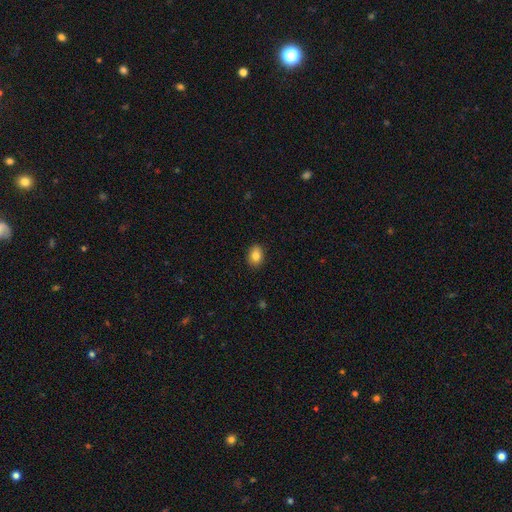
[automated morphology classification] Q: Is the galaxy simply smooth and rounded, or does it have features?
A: smooth — 84%.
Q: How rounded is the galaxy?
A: in between — 65%.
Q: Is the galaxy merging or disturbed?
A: none — 88%.